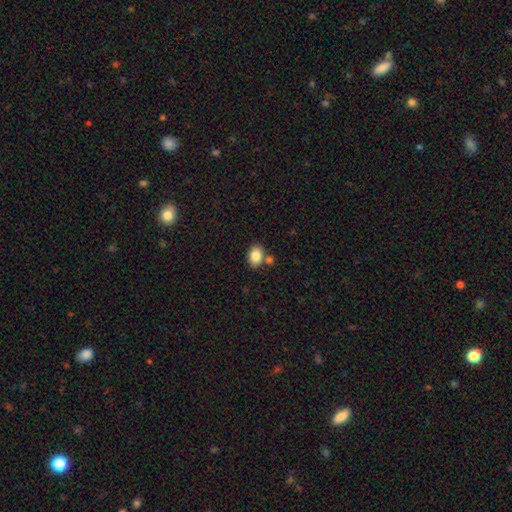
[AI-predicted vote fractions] The model was most divided on "how rounded": in between: 70%, round: 29%, cigar-shaped: 1%. More confident: smooth or featured — smooth (85%); merging — none (72%).